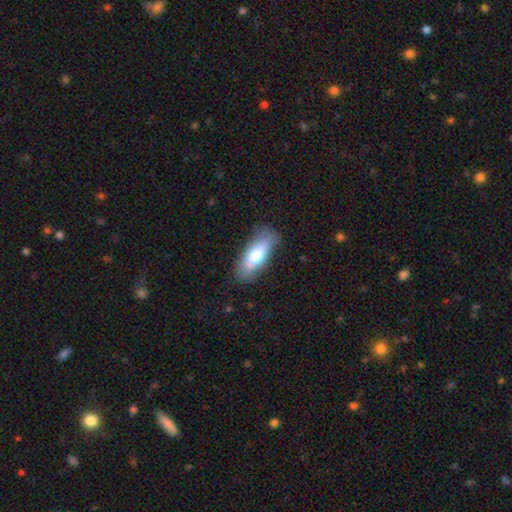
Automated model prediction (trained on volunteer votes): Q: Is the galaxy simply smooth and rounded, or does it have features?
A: smooth — 67%.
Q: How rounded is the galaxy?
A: in between — 69%.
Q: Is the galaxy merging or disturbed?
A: none — 76%.